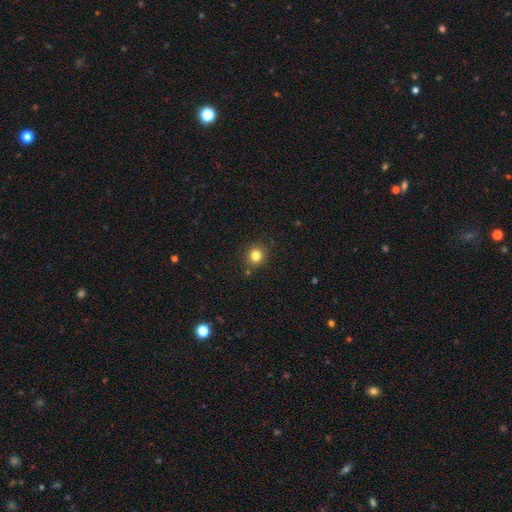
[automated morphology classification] Overall: smooth (81%). How rounded: round (84%). Merging: none (85%).